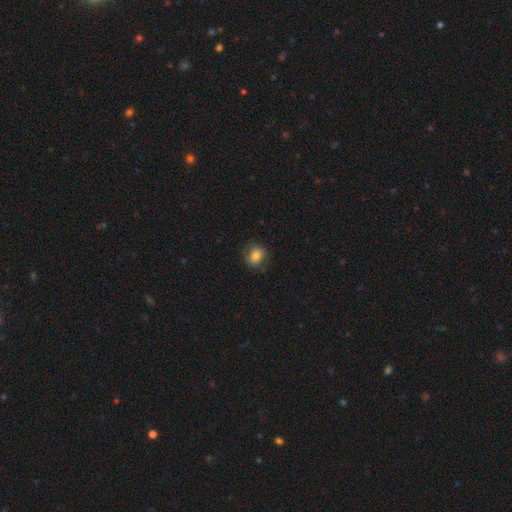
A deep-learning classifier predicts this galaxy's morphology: Smooth or featured?
  - smooth: 77% *
  - featured or disk: 13%
  - star or artifact: 10%
How rounded?
  - round: 69% *
  - in between: 30%
  - cigar-shaped: 1%
Merging?
  - none: 77% *
  - minor disturbance: 17%
  - major disturbance: 5%
  - merger: 1%